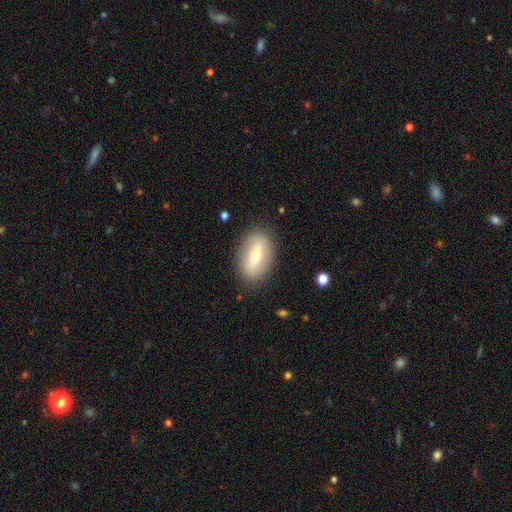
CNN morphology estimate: Smooth or featured? smooth (51%)
How rounded? in between (85%)
Merging? none (85%)